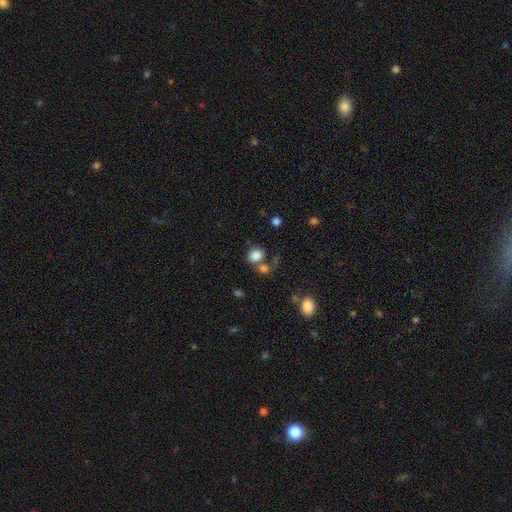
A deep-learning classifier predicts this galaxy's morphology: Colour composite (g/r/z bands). It shows a smooth galaxy with no disk features (83%) that is round (69%). Merging: none (54%).